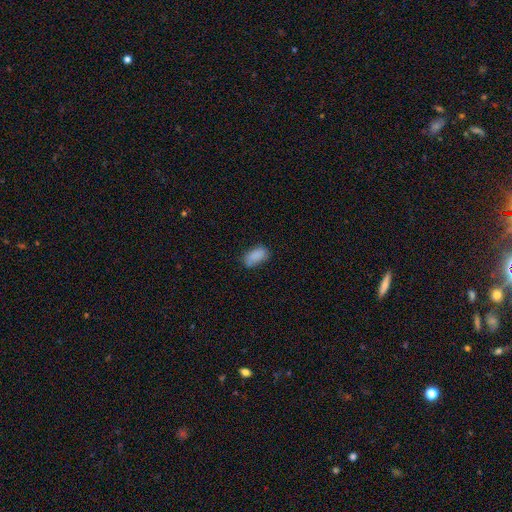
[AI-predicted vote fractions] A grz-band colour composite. It shows a smooth galaxy with no disk features (85%) that is in between round and cigar-shaped (91%). Merging: none (67%).